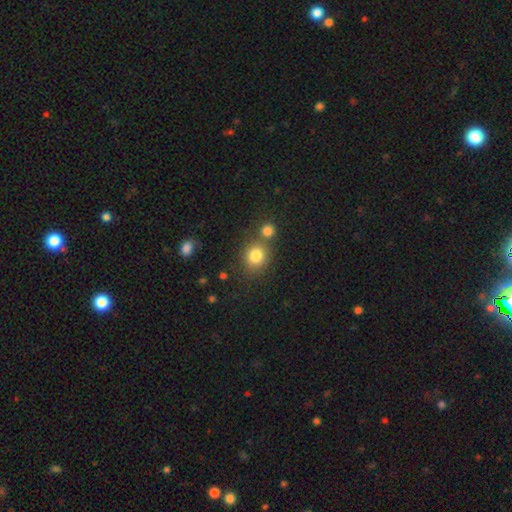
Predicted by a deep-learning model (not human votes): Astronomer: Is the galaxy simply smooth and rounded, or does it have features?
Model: smooth — 81%.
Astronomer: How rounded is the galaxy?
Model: round — 77%.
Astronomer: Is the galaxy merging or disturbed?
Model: none — 64%.